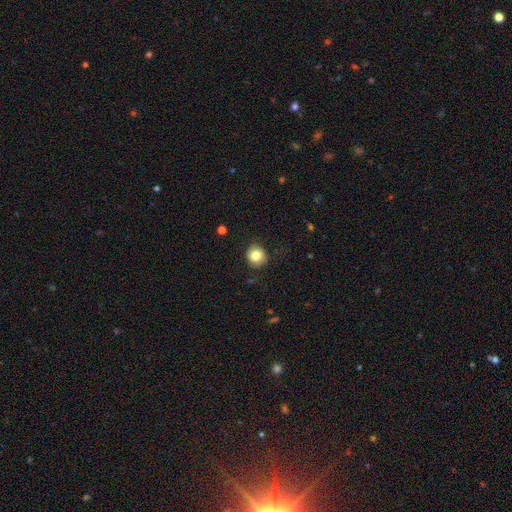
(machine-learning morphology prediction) Q: Smooth or featured?
A: smooth (82%); runner-up: star or artifact (10%)
Q: How rounded?
A: round (88%); runner-up: in between (11%)
Q: Merging?
A: none (83%); runner-up: minor disturbance (13%)